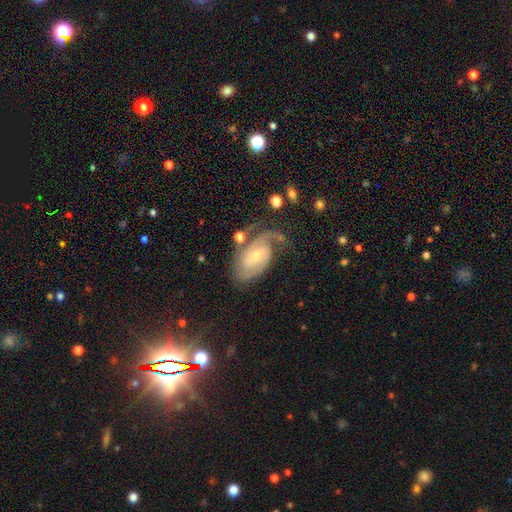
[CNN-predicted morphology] This appears to be a featured or disk galaxy (85%) with a weak bar (48%), 2 (69%) medium (44%) spiral arms (96%) and a small central bulge (55%). Merging: none (56%).